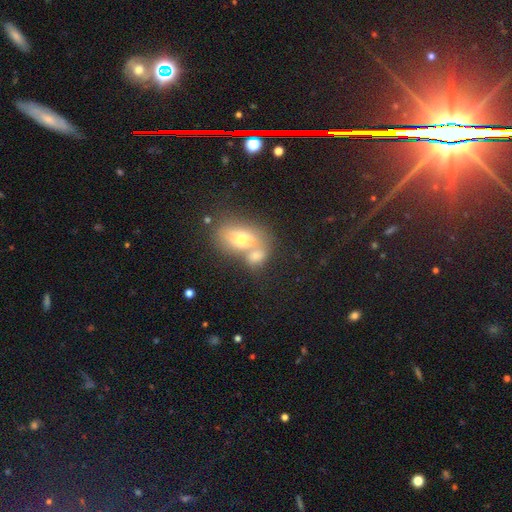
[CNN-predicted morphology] Smooth or featured?
  - smooth: 67% *
  - featured or disk: 21%
  - star or artifact: 12%
How rounded?
  - in between: 68% *
  - round: 30%
  - cigar-shaped: 2%
Merging?
  - merger: 59% *
  - none: 28%
  - minor disturbance: 8%
  - major disturbance: 5%